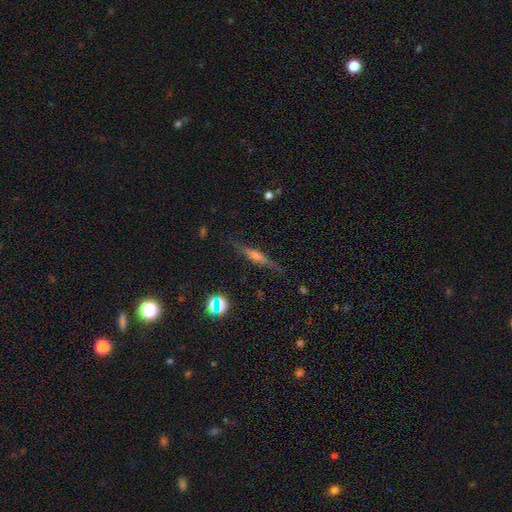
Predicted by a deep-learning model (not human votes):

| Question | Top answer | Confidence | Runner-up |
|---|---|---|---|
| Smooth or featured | featured or disk | 68% | smooth (20%) |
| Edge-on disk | yes | 96% | no (4%) |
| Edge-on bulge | rounded | 70% | boxy (19%) |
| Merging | none | 84% | minor disturbance (11%) |